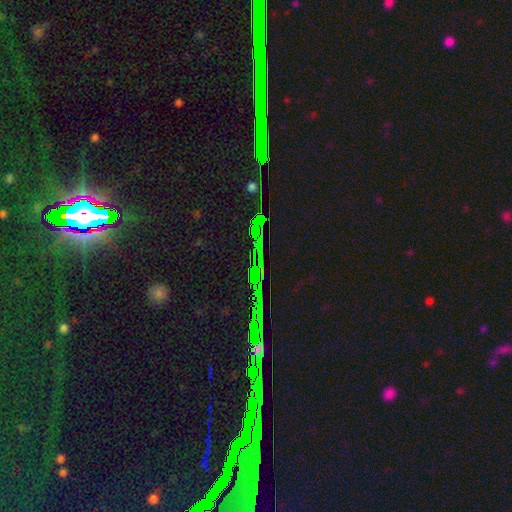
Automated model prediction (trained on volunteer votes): smooth-or-featured: star or artifact: 80% | smooth: 11% | featured or disk: 9%